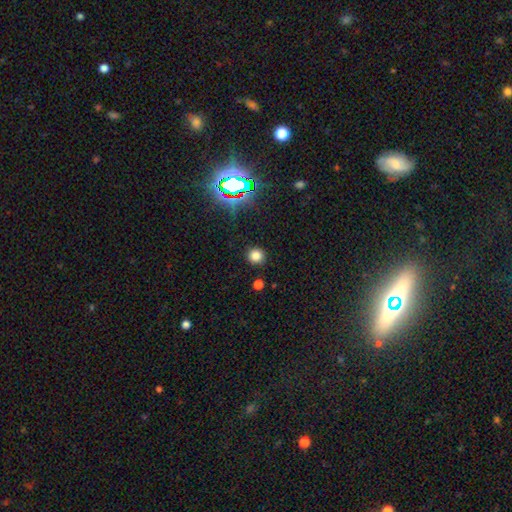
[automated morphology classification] Overall: smooth (77%). How rounded: round (93%). Merging: none (89%).